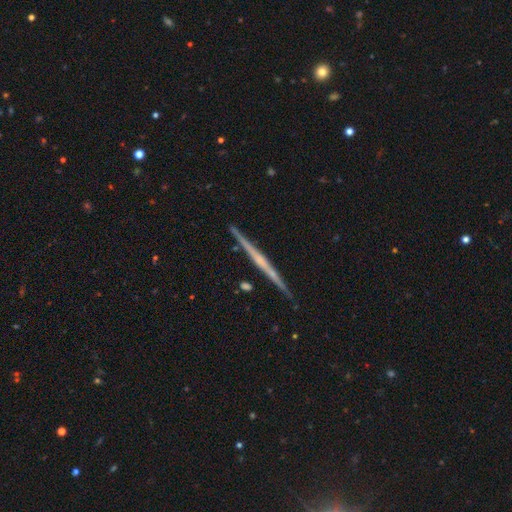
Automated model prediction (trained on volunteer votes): This is likely a featured or disk galaxy (72%). It is clearly viewed edge-on (98%). Edge-on bulge: likely none (62%). Merging: clearly none (90%).